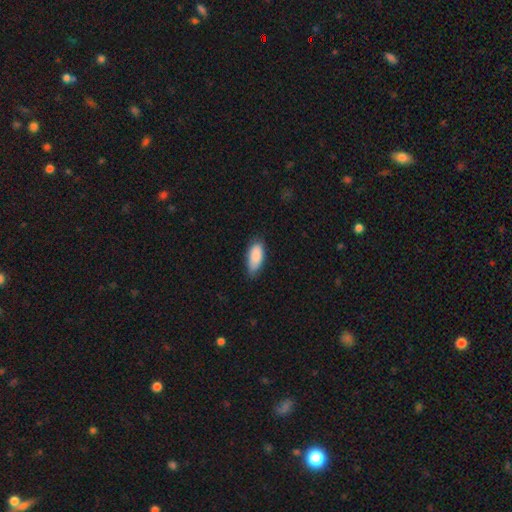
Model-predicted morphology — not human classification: This is clearly a smooth galaxy (88%). How rounded: clearly in between (87%). Merging: likely none (74%).